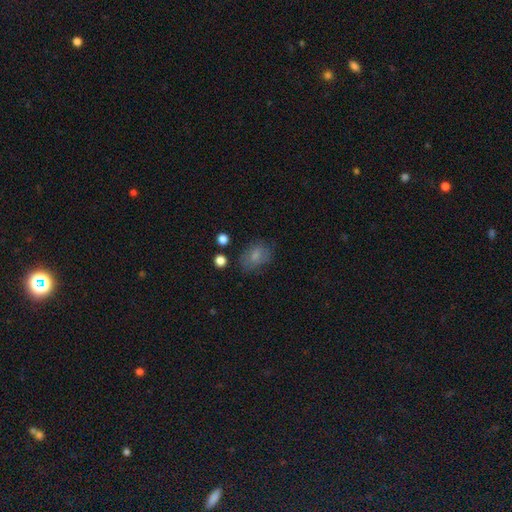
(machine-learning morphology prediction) Smooth or featured? Predicted: smooth (p=0.73). How rounded? Predicted: in between (p=0.70). Merging? Predicted: none (p=0.66).